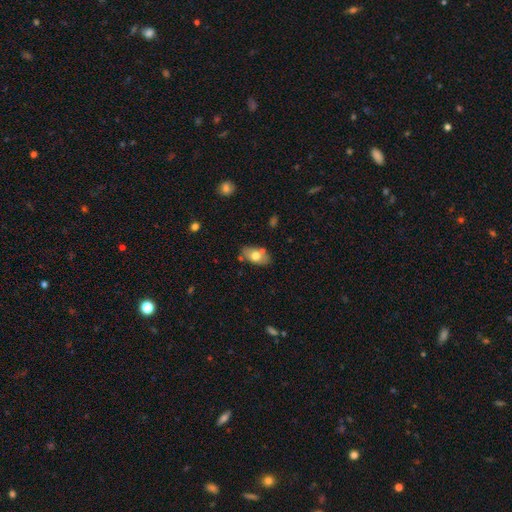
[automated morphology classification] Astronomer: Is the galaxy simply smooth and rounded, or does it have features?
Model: smooth — 68%.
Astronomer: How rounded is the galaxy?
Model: in between — 90%.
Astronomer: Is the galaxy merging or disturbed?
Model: none — 73%.